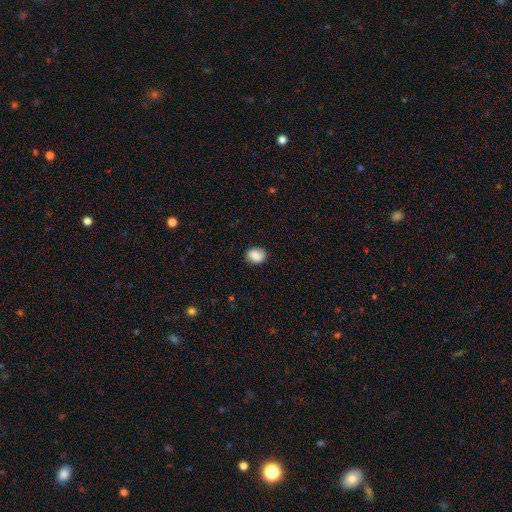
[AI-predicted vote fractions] The model was most divided on "how rounded": in between: 54%, round: 45%, cigar-shaped: 1%. More confident: smooth or featured — smooth (86%); merging — none (82%).